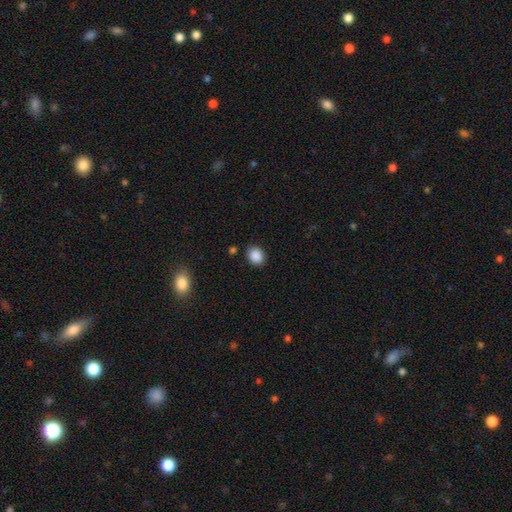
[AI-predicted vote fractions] A smooth galaxy with no disk features (88%) that is in between round and cigar-shaped (52%). Merging: none (85%).